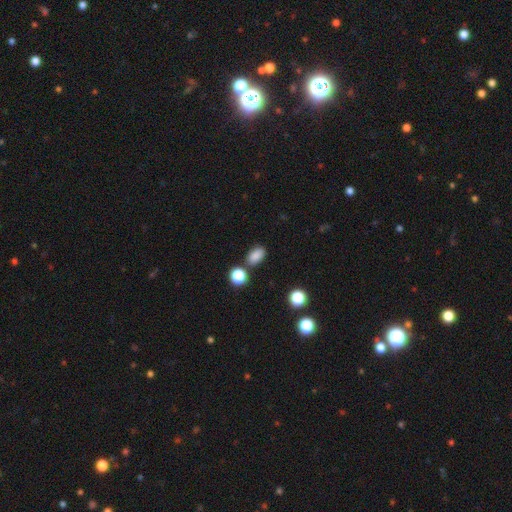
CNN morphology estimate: Smooth or featured? smooth (84%)
How rounded? in between (86%)
Merging? none (78%)